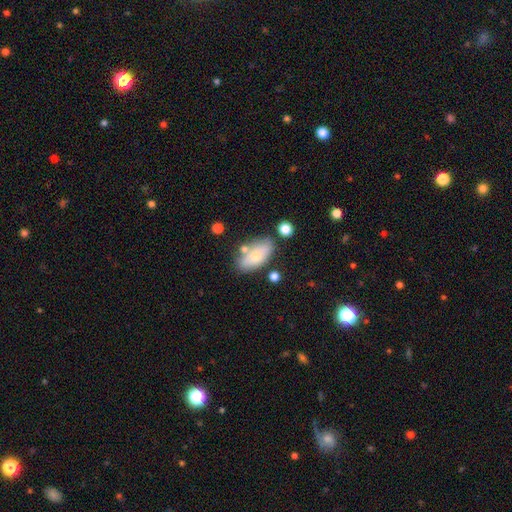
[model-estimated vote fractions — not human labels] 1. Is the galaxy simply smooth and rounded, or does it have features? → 68% smooth, 25% featured or disk, 7% star or artifact.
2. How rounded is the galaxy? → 89% in between, 7% cigar-shaped, 4% round.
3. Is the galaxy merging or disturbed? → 66% none, 19% minor disturbance, 10% merger, 5% major disturbance.